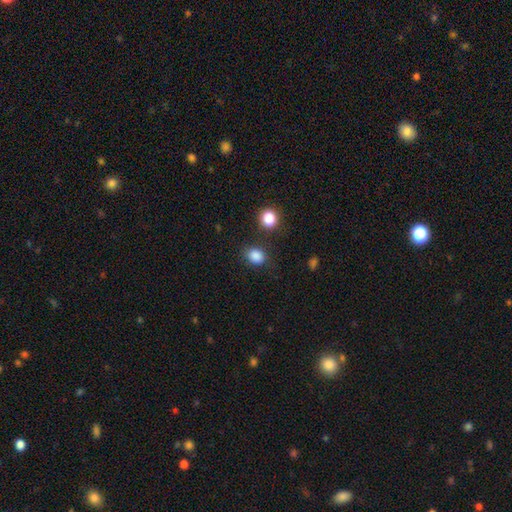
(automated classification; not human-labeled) This is clearly a smooth galaxy (85%). How rounded: possibly in between (50%). Merging: likely none (79%).